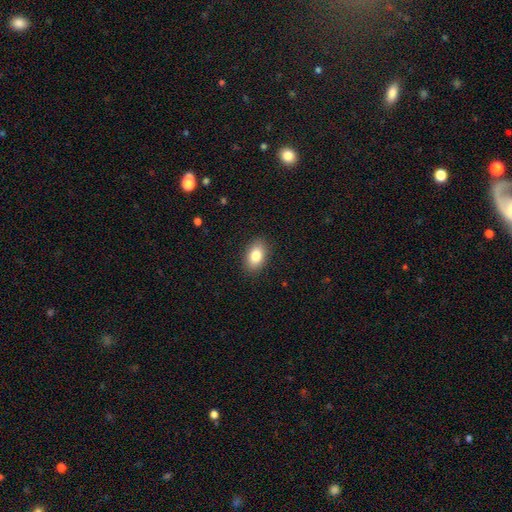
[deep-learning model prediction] A smooth galaxy with no disk features (83%) that is in between round and cigar-shaped (89%).

Vote fractions:
- Smooth or featured? smooth: 83% / featured or disk: 9% / star or artifact: 8%
- How rounded? in between: 89% / round: 10% / cigar-shaped: 1%
- Merging? none: 89% / minor disturbance: 8% / major disturbance: 2% / merger: 1%